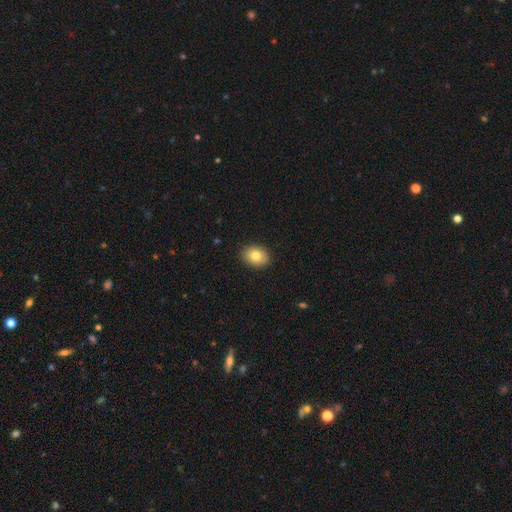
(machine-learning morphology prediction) smooth-or-featured: smooth: 80% | featured or disk: 11% | star or artifact: 8%
  how-rounded: in between: 67% | round: 32% | cigar-shaped: 1%
  merging: none: 89% | minor disturbance: 8% | major disturbance: 2% | merger: 1%